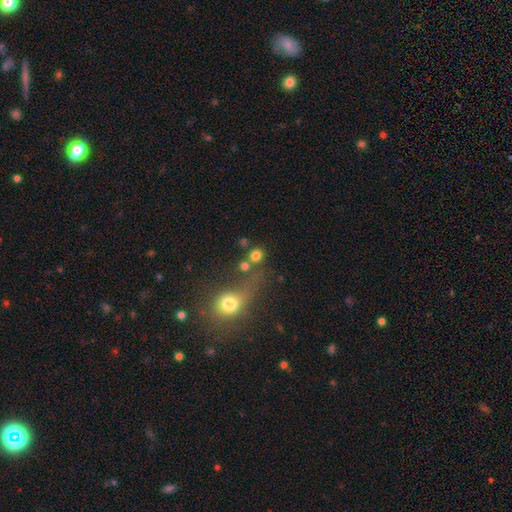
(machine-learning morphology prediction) Smooth or featured: smooth — 77% (star or artifact — 14%)
How rounded: round — 87% (in between — 11%)
Merging: none — 57% (merger — 28%)